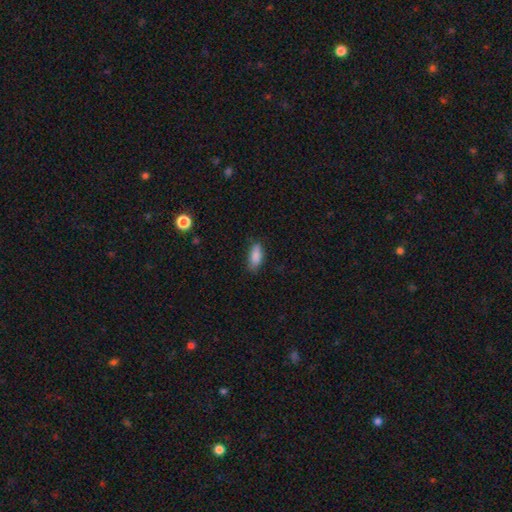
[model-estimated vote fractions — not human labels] Smooth or featured? smooth (87%)
How rounded? in between (83%)
Merging? none (78%)